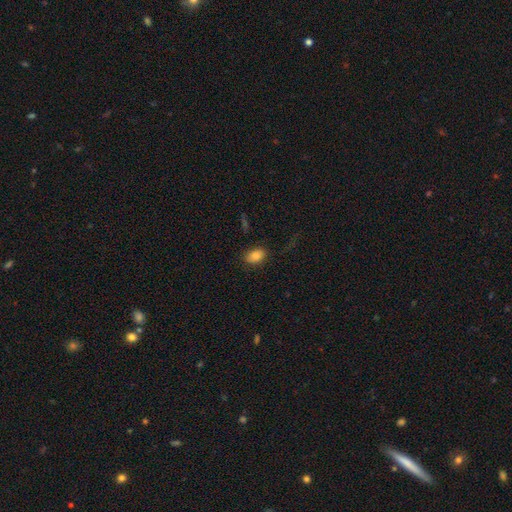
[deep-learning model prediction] Smooth or featured: smooth — 82% (star or artifact — 9%)
How rounded: in between — 85% (round — 13%)
Merging: none — 81% (minor disturbance — 13%)